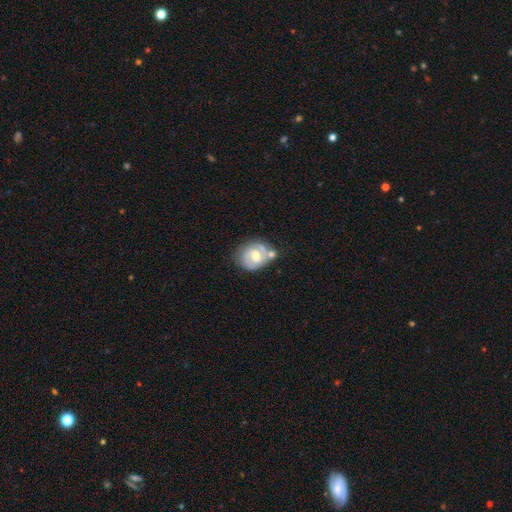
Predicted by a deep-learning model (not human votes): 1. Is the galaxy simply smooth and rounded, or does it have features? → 74% featured or disk, 20% smooth, 6% star or artifact.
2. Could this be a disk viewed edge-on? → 97% no, 3% yes.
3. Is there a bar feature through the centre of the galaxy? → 46% weak, 44% no, 10% strong.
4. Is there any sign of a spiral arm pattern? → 88% yes, 12% no.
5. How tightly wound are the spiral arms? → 51% tight, 38% medium, 11% loose.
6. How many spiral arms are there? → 69% 2, 15% can't tell, 7% 1, 6% 3, 1% 4, 1% more than 4.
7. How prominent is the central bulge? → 65% moderate, 29% small, 4% large, 2% none, 1% dominant.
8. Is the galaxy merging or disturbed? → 52% none, 21% minor disturbance, 19% merger, 8% major disturbance.